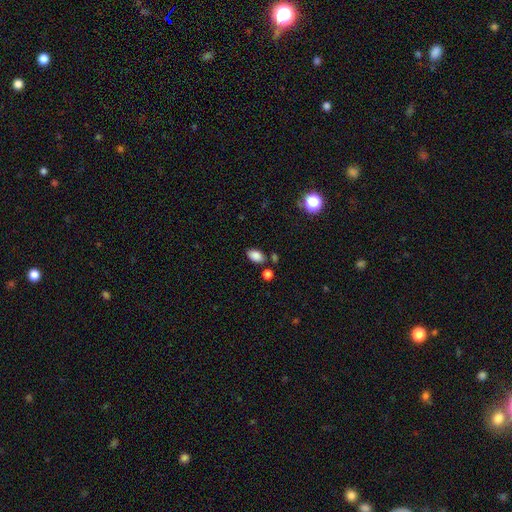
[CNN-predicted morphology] type=smooth (85%); roundness=in between (91%); merging=none (78%).